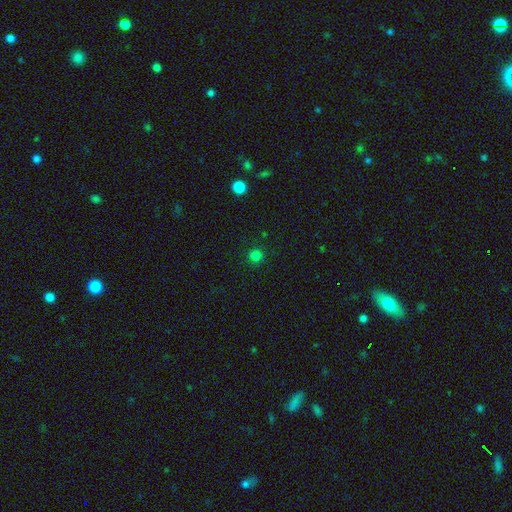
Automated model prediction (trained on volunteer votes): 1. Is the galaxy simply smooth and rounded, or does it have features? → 80% smooth, 16% star or artifact, 3% featured or disk.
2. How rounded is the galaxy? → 95% round, 4% in between, 1% cigar-shaped.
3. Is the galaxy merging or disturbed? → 91% none, 5% minor disturbance, 2% major disturbance, 1% merger.